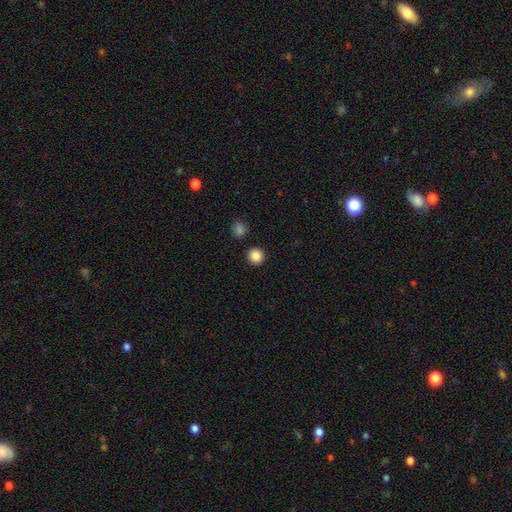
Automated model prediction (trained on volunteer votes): Smooth or featured: smooth — 88% (star or artifact — 9%)
How rounded: round — 94% (in between — 5%)
Merging: none — 91% (minor disturbance — 5%)